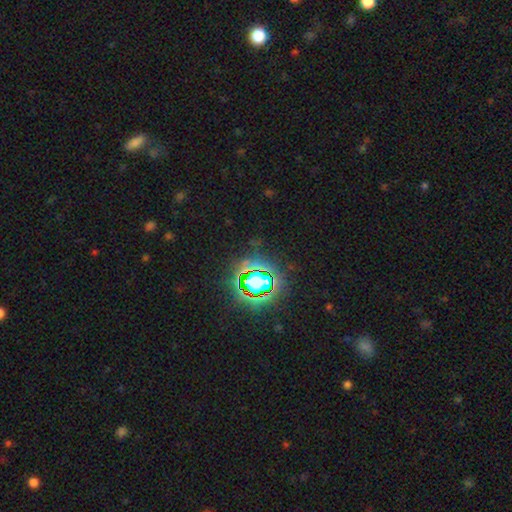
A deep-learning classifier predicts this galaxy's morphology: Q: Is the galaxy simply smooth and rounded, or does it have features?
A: star or artifact — 76%.